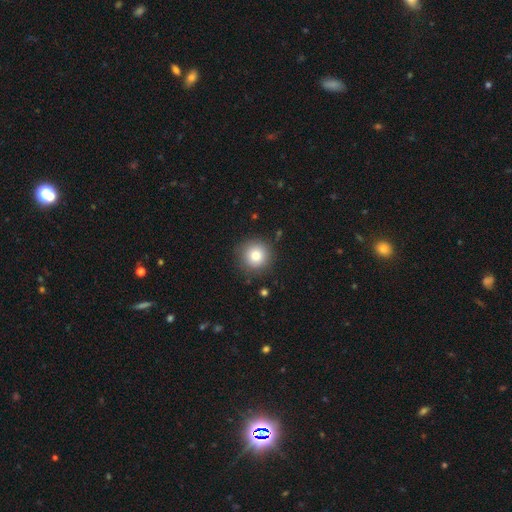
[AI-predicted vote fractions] Q: Smooth or featured?
A: smooth (80%); runner-up: star or artifact (11%)
Q: How rounded?
A: round (95%); runner-up: in between (4%)
Q: Merging?
A: none (87%); runner-up: minor disturbance (9%)